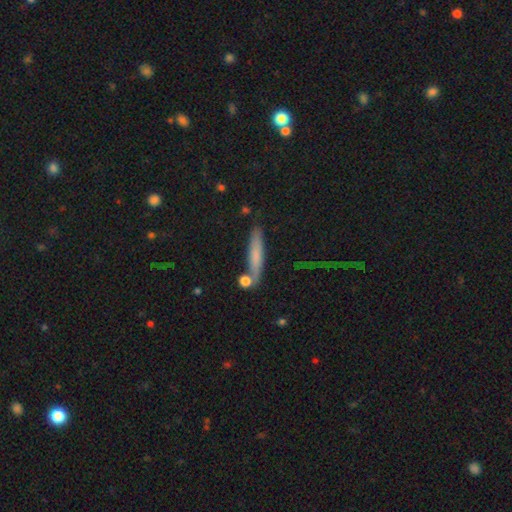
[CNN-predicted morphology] Smooth or featured: smooth — 68% (featured or disk — 23%)
How rounded: cigar-shaped — 89% (in between — 9%)
Merging: none — 75% (minor disturbance — 13%)